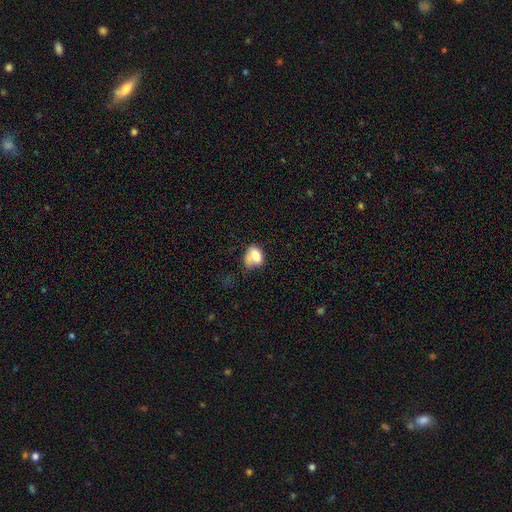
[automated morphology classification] smooth-or-featured: smooth: 73% | featured or disk: 18% | star or artifact: 9%
  how-rounded: in between: 70% | round: 29% | cigar-shaped: 2%
  merging: none: 32% (tied) | minor disturbance: 32% (tied) | major disturbance: 23% | merger: 14%